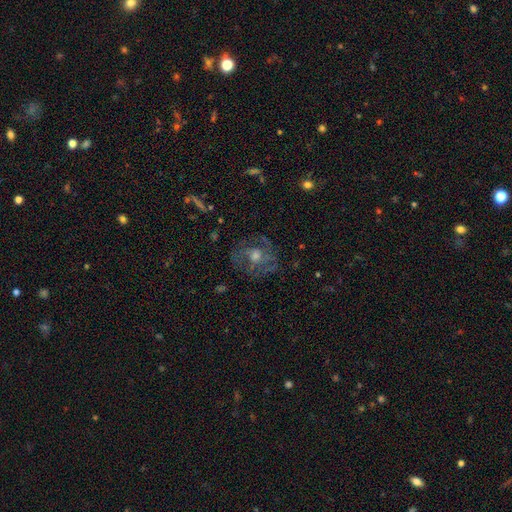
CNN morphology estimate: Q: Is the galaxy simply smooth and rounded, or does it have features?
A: featured or disk — 64%.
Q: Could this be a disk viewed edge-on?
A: no — 96%.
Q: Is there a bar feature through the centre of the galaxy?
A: no — 72%.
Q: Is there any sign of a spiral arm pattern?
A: yes — 66%.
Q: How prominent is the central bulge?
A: moderate — 64%.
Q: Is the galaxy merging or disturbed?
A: none — 73%.